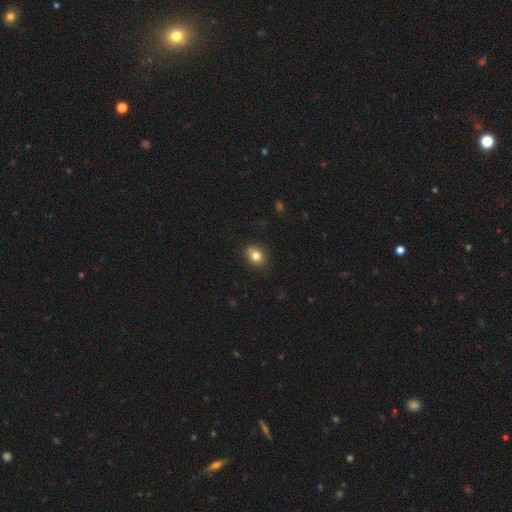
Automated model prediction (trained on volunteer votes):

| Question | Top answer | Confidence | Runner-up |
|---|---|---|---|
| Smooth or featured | smooth | 81% | star or artifact (10%) |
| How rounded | round | 51% | in between (48%) |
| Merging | none | 82% | minor disturbance (14%) |